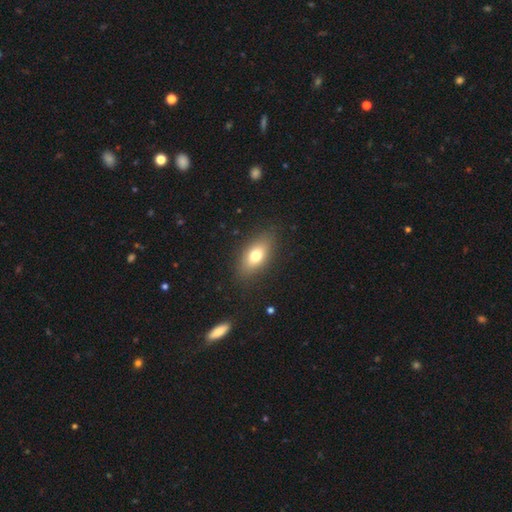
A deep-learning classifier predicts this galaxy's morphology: type=smooth (73%); roundness=in between (82%); merging=none (84%).